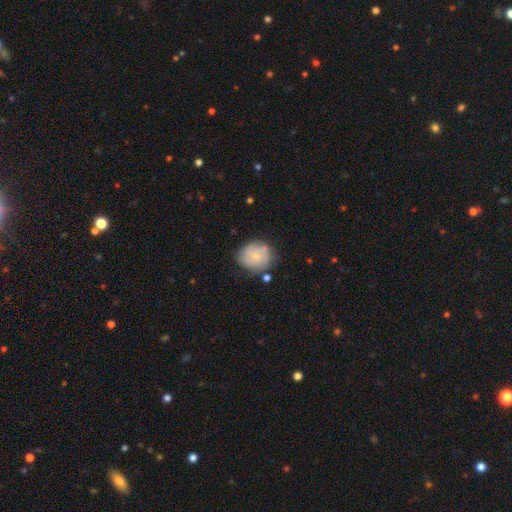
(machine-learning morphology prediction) The model was most divided on "smooth or featured": smooth: 51%, featured or disk: 41%, star or artifact: 8%. More confident: how rounded — round (71%); merging — none (65%).